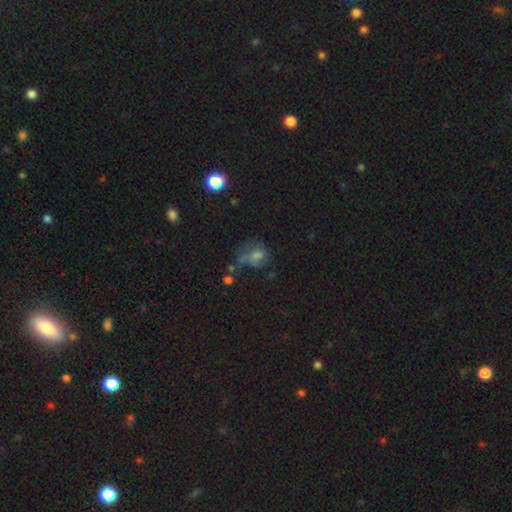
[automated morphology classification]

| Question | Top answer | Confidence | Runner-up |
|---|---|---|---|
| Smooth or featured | smooth | 52% | featured or disk (26%) |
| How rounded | round | 51% | in between (47%) |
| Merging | major disturbance | 34% | none (32%) |